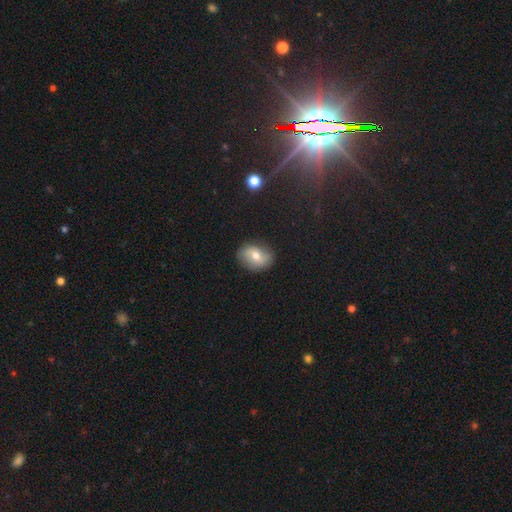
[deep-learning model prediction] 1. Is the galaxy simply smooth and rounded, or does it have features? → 55% smooth, 35% featured or disk, 9% star or artifact.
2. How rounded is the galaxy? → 64% in between, 35% round, 1% cigar-shaped.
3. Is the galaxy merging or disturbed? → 83% none, 13% minor disturbance, 3% major disturbance, 1% merger.